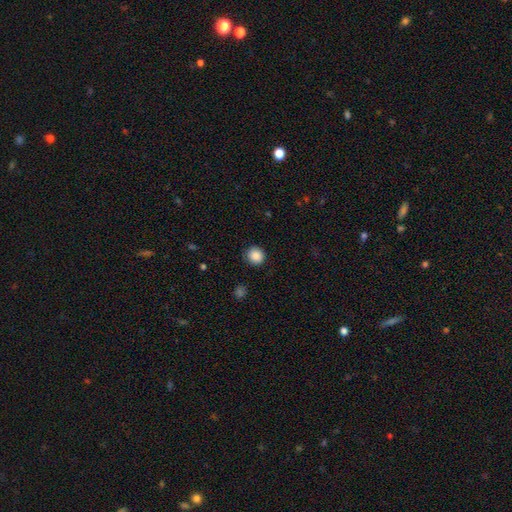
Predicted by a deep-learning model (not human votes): Smooth or featured: smooth — 88% (star or artifact — 9%)
How rounded: round — 90% (in between — 9%)
Merging: none — 90% (minor disturbance — 7%)